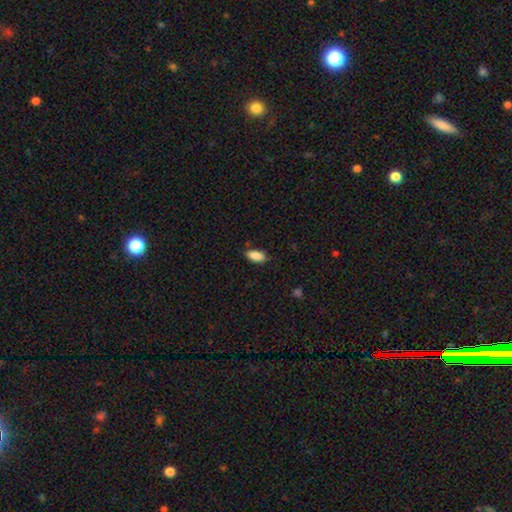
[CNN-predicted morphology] A smooth galaxy with no disk features (88%) that is in between round and cigar-shaped (90%).

Vote fractions:
- Smooth or featured? smooth: 88% / star or artifact: 7% / featured or disk: 4%
- How rounded? in between: 90% / cigar-shaped: 8% / round: 3%
- Merging? none: 81% / minor disturbance: 14% / major disturbance: 3% / merger: 2%